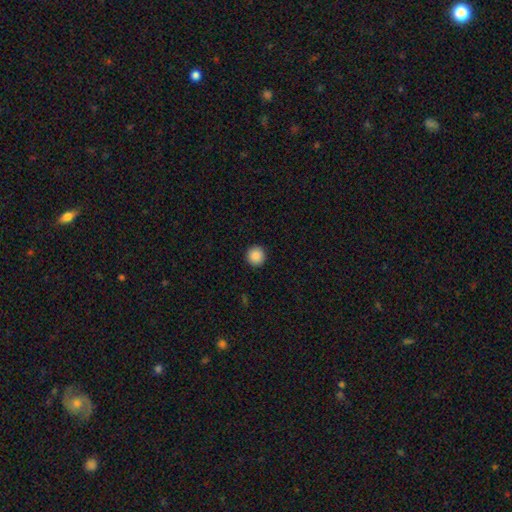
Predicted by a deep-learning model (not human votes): A smooth galaxy with no disk features (88%) that is round (96%).

Vote fractions:
- Smooth or featured? smooth: 88% / star or artifact: 9% / featured or disk: 3%
- How rounded? round: 96% / in between: 3% / cigar-shaped: 1%
- Merging? none: 94% / minor disturbance: 4% / major disturbance: 1% / merger: 1%